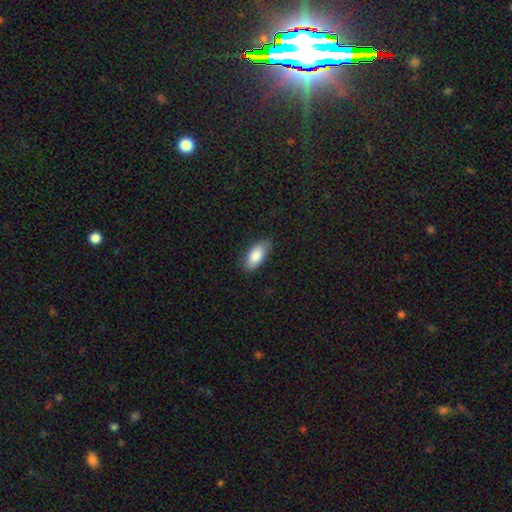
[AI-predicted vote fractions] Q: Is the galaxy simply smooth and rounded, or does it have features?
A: smooth — 85%.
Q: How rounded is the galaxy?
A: in between — 90%.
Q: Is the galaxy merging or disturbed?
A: none — 80%.